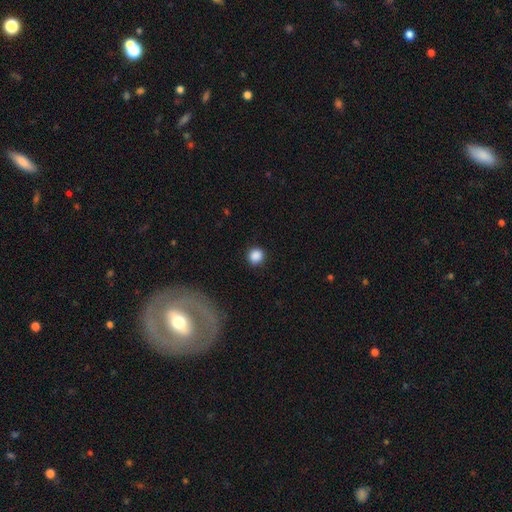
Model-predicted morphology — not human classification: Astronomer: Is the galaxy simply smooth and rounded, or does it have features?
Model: smooth — 88%.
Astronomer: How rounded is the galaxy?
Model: round — 90%.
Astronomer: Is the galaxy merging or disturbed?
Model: none — 89%.